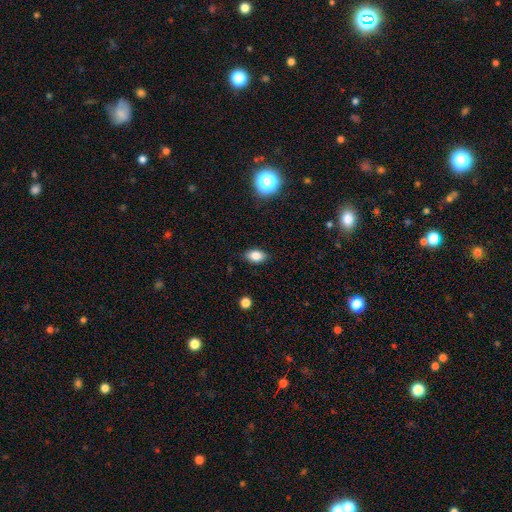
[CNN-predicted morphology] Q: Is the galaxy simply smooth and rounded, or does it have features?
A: smooth — 83%.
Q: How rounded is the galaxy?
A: in between — 89%.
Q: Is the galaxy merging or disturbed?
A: none — 86%.